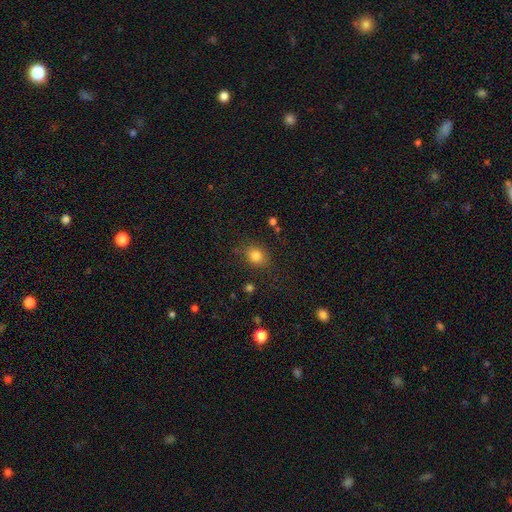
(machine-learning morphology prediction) Overall: smooth (81%). How rounded: round (59%; in between 40%). Merging: none (81%).